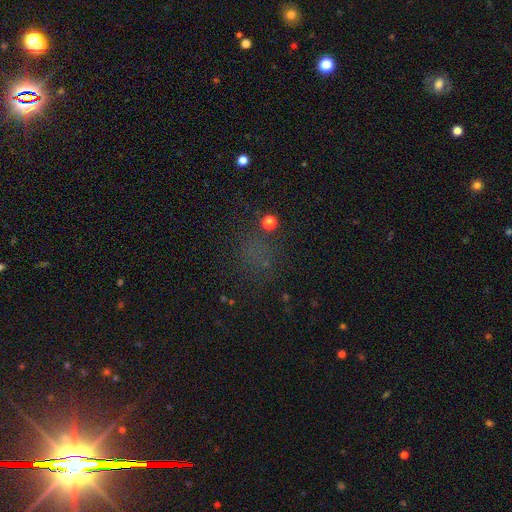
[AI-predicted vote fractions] This is possibly a star or artifact rather than a galaxy (50%).